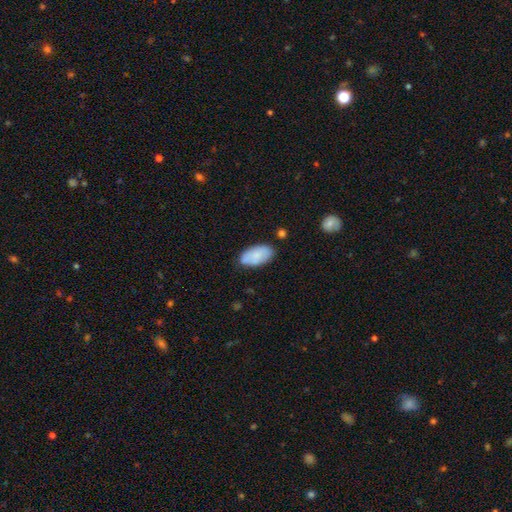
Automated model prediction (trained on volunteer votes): This is clearly a smooth galaxy (81%). How rounded: clearly in between (95%). Merging: likely none (76%).